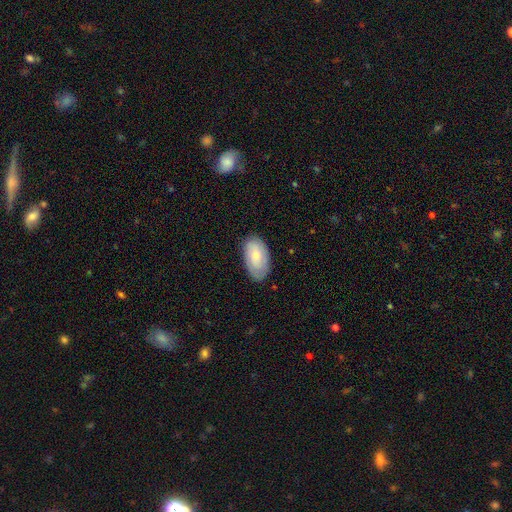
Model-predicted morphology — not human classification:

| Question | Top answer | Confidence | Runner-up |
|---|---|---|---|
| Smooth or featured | smooth | 63% | featured or disk (31%) |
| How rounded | in between | 94% | round (4%) |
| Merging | none | 80% | minor disturbance (16%) |